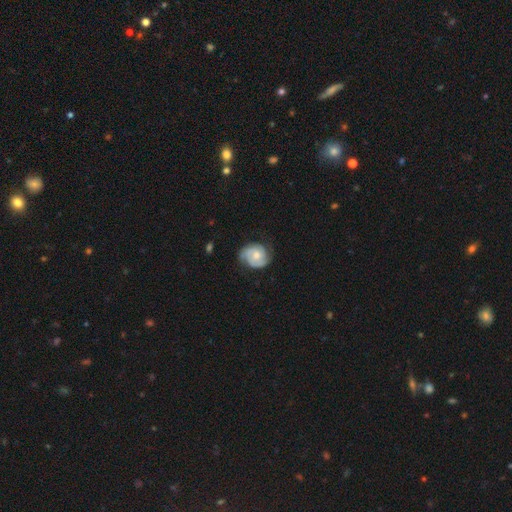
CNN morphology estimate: smooth-or-featured: featured or disk: 77% | smooth: 18% | star or artifact: 6%
  disk-edge-on: no: 98% | yes: 2%
    bar: no: 70% | weak: 26% | strong: 4%
    has-spiral-arms: yes: 94% | no: 6%
      spiral-winding: tight: 56% | medium: 34% | loose: 9%
      spiral-arm-count: 2: 67% | 3: 13% | can't tell: 12% | 1: 3% | 4: 2% | more than 4: 2%
    bulge-size: moderate: 61% | small: 34% | large: 3% | none: 2% | dominant: 1%
  merging: none: 71% | minor disturbance: 22% | major disturbance: 7% | merger: 1%